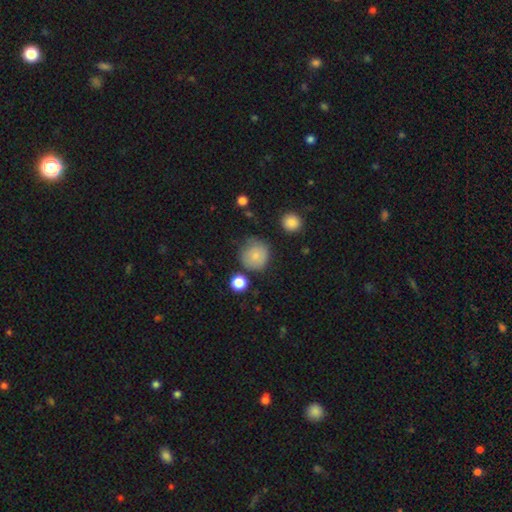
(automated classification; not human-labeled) This appears to be a smooth galaxy with no disk features (78%) that is round (92%). Merging: none (67%).